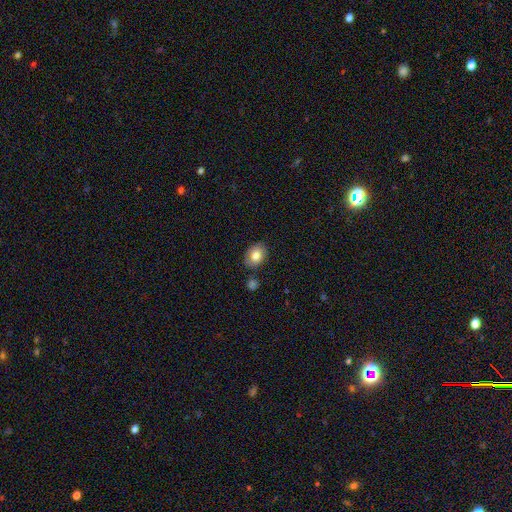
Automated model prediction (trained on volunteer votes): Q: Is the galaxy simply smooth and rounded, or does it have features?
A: smooth — 80%.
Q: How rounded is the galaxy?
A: in between — 66%.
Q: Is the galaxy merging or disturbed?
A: none — 78%.